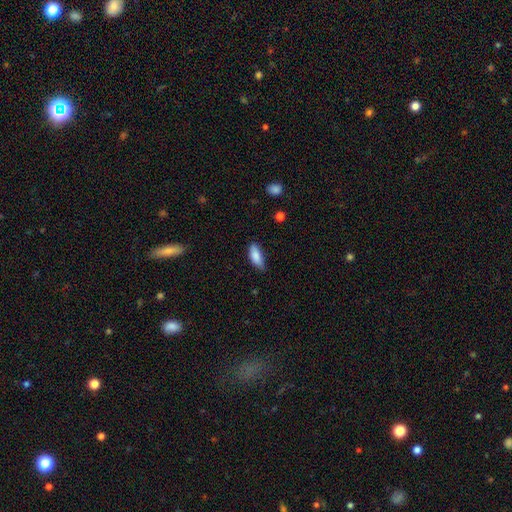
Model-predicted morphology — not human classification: smooth 85%, featured or disk 9%, star or artifact 7%. Down the decision tree: how rounded — in between (73%); merging — none (67%).